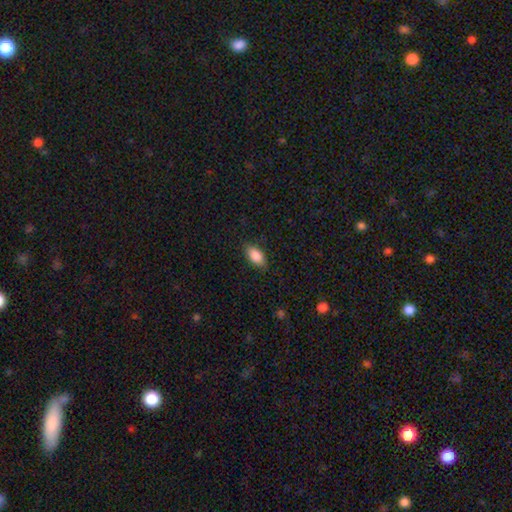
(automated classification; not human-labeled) Smooth or featured? Predicted: smooth (p=0.87). How rounded? Predicted: in between (p=0.92). Merging? Predicted: none (p=0.84).